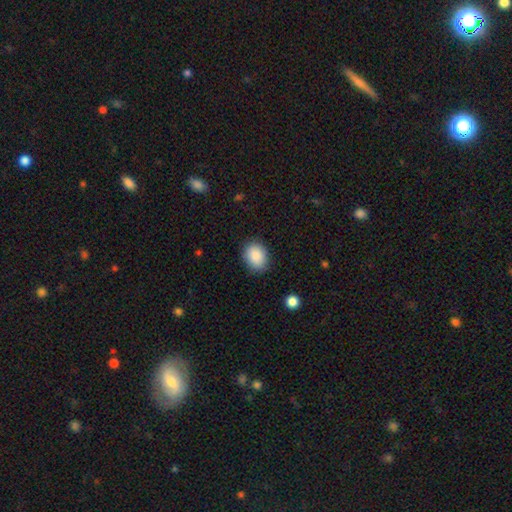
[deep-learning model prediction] A smooth galaxy with no disk features (88%) that is in between round and cigar-shaped (56%). Merging: none (86%).